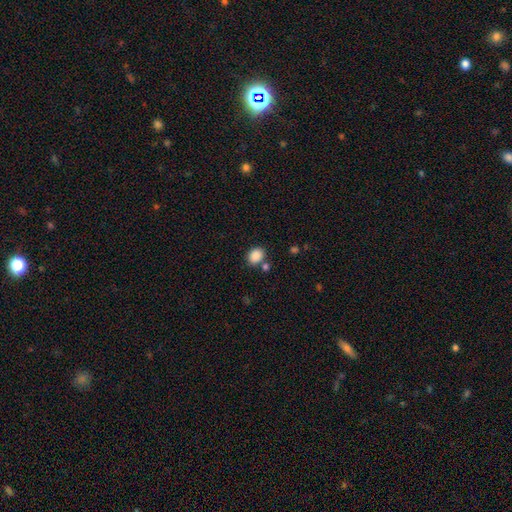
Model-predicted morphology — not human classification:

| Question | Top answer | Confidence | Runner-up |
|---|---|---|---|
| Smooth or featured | smooth | 88% | star or artifact (9%) |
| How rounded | in between | 59% | round (40%) |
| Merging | none | 72% | merger (12%) |